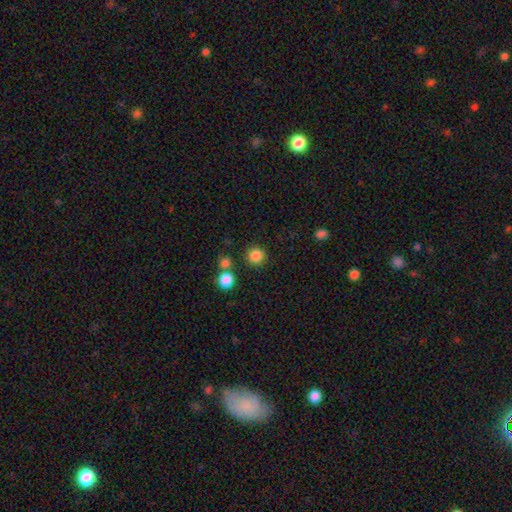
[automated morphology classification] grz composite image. It shows a smooth galaxy with no disk features (84%) that is round (94%). Merging: none (85%).